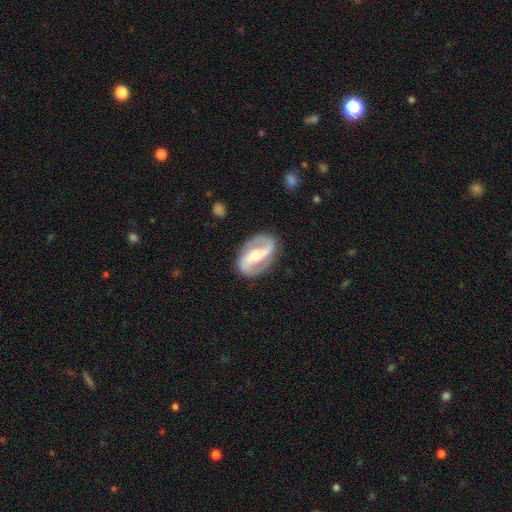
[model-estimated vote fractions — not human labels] This is clearly a featured or disk galaxy (87%). It is clearly not viewed edge-on (96%). Bar: possibly strong (53%). Spiral arm pattern: clearly yes (92%). Spiral arm count: clearly 2 (92%). Spiral winding: possibly medium (45%). Central bulge: likely moderate (63%). Merging: clearly none (84%).